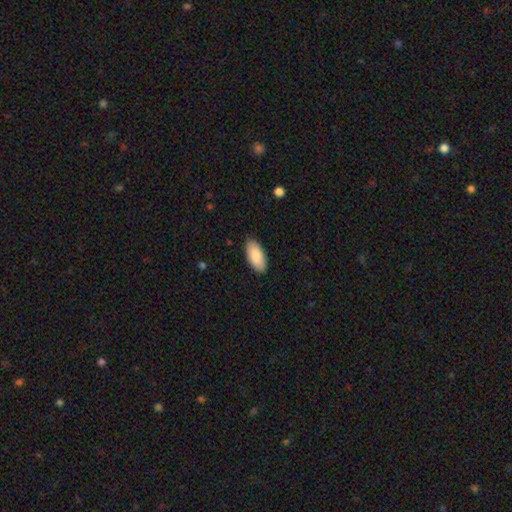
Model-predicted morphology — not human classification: The model was most divided on "merging": none: 88%, minor disturbance: 9%, major disturbance: 2%, merger: 1%. More confident: how rounded — in between (92%); smooth or featured — smooth (90%).